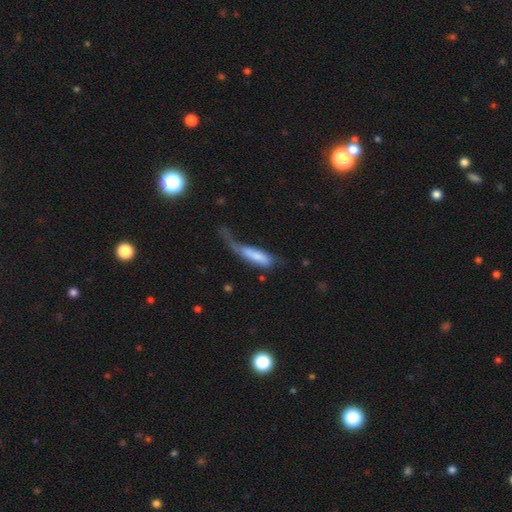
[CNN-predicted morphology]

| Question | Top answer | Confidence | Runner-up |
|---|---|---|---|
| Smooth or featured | smooth | 65% | featured or disk (28%) |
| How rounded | cigar-shaped | 59% | in between (39%) |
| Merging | major disturbance | 53% | minor disturbance (22%) |